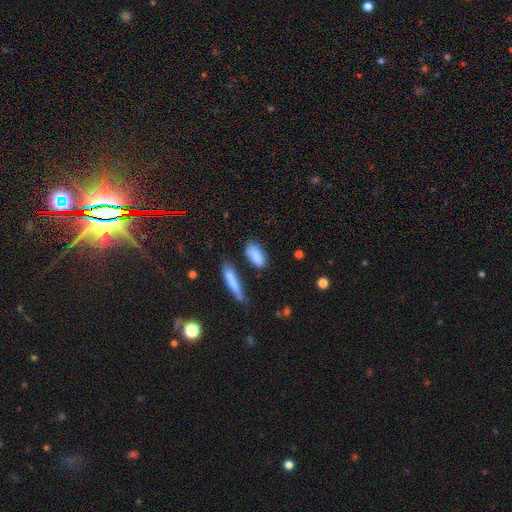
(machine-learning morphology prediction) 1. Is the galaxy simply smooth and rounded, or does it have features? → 86% smooth, 7% featured or disk, 7% star or artifact.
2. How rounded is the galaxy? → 80% in between, 16% cigar-shaped, 4% round.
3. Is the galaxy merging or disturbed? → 69% none, 18% minor disturbance, 9% merger, 5% major disturbance.